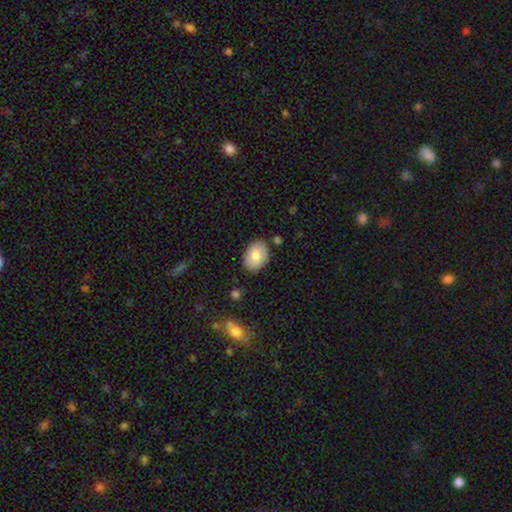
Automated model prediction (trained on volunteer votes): smooth 81%, featured or disk 12%, star or artifact 7%. Down the decision tree: how rounded — in between (83%); merging — none (83%).